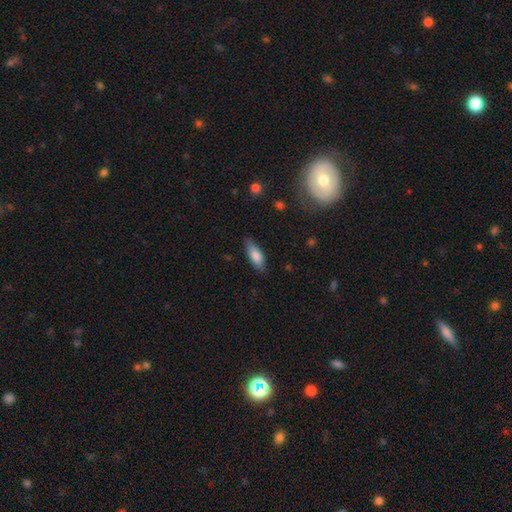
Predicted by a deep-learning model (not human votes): Smooth or featured: smooth — 81% (featured or disk — 13%)
How rounded: in between — 66% (cigar-shaped — 32%)
Merging: none — 82% (minor disturbance — 14%)